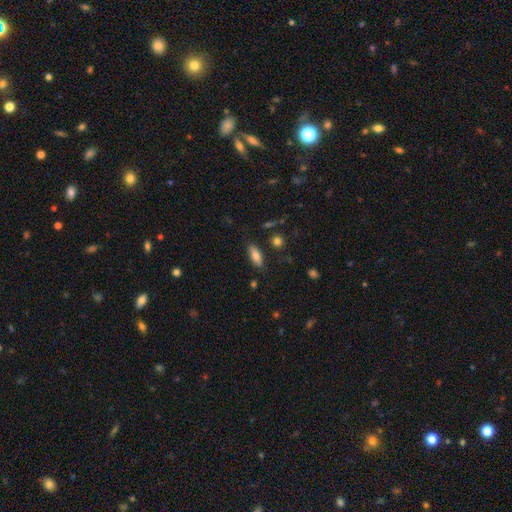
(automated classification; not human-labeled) This appears to be a smooth galaxy with no disk features (78%) that is in between round and cigar-shaped (73%). Merging: none (83%).